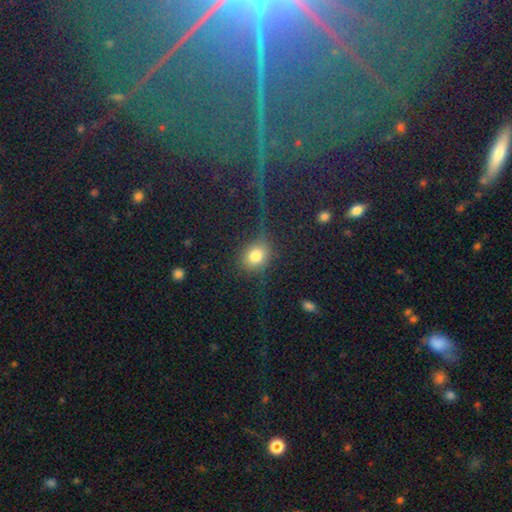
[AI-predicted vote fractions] Q: Smooth or featured?
A: smooth (74%); runner-up: star or artifact (16%)
Q: How rounded?
A: round (63%); runner-up: in between (34%)
Q: Merging?
A: none (60%); runner-up: major disturbance (19%)